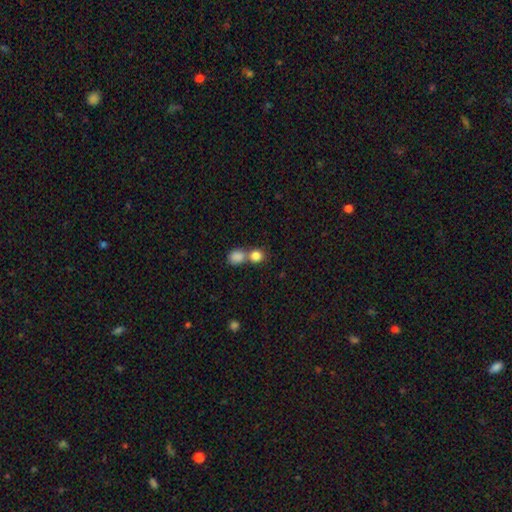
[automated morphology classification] Smooth or featured?
  - smooth: 84% *
  - star or artifact: 10%
  - featured or disk: 7%
How rounded?
  - round: 79% *
  - in between: 20%
  - cigar-shaped: 1%
Merging?
  - merger: 50% *
  - none: 41%
  - minor disturbance: 6%
  - major disturbance: 3%